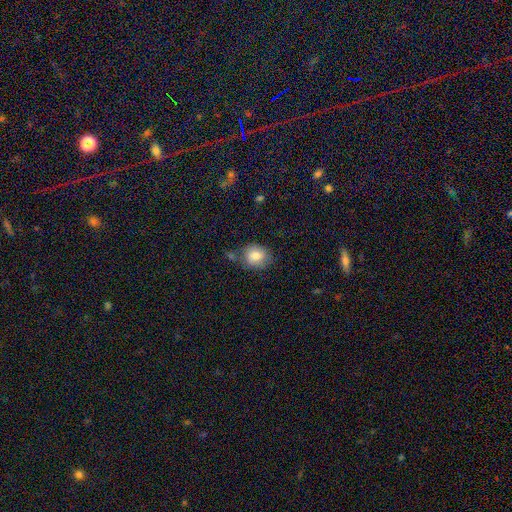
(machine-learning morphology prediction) smooth_or_featured: smooth (p=0.81) [alt: featured or disk p=0.11]
how_rounded: round (p=0.62) [alt: in between p=0.37]
merging: none (p=0.67) [alt: minor disturbance p=0.19]